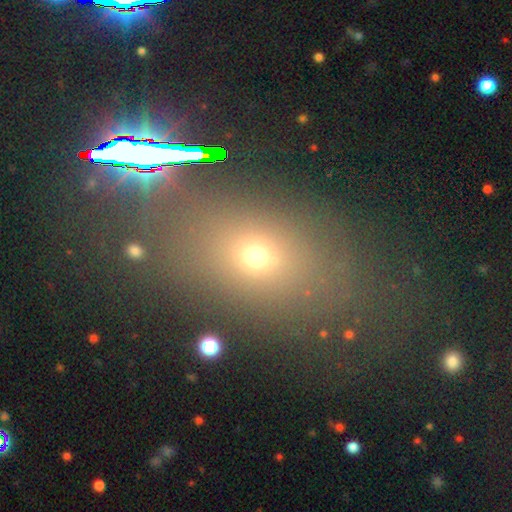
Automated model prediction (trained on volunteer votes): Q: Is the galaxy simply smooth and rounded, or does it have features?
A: smooth — 57%.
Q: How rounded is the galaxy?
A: in between — 61%.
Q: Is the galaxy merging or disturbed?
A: none — 75%.